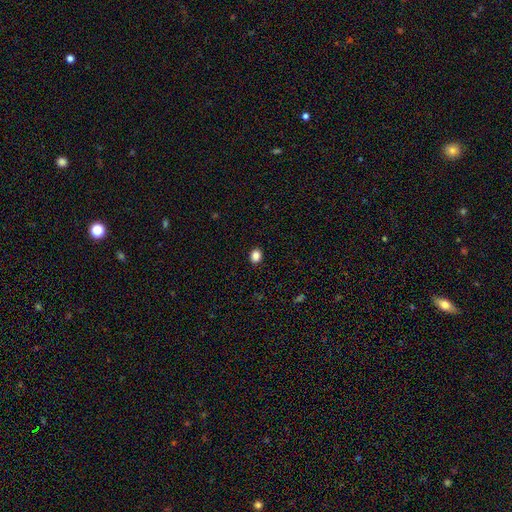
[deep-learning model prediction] This appears to be a smooth galaxy with no disk features (86%) that is round (55%). Merging: none (91%).